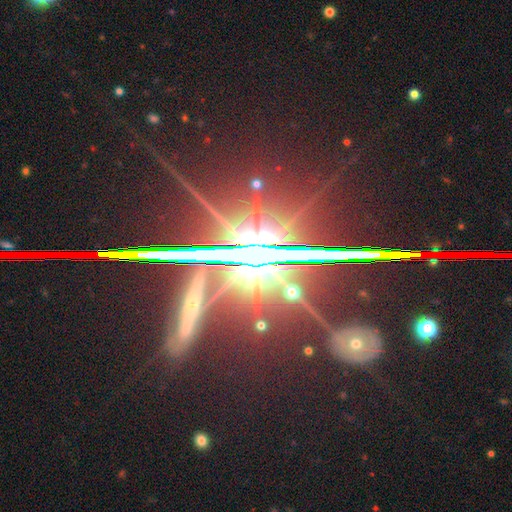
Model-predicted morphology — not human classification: Smooth or featured: star or artifact — 80% (featured or disk — 13%)